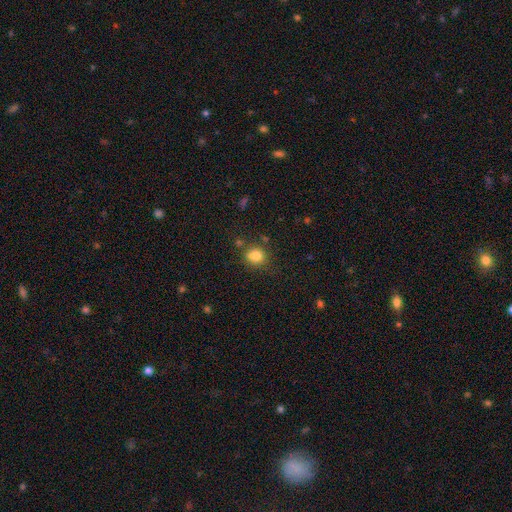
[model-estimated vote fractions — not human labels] Overall: smooth (80%). How rounded: round (72%). Merging: none (62%).